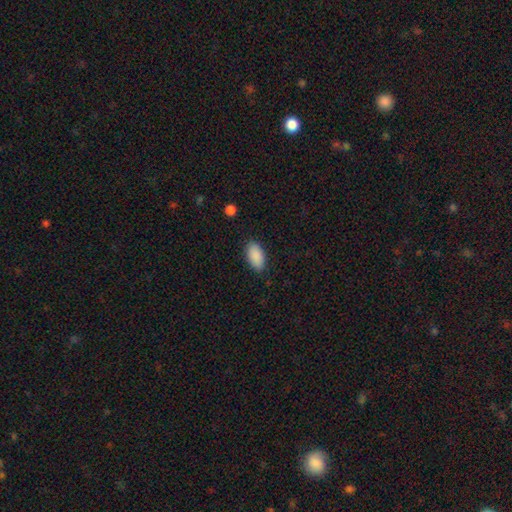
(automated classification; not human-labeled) Overall: smooth (90%). How rounded: in between (94%). Merging: none (86%).